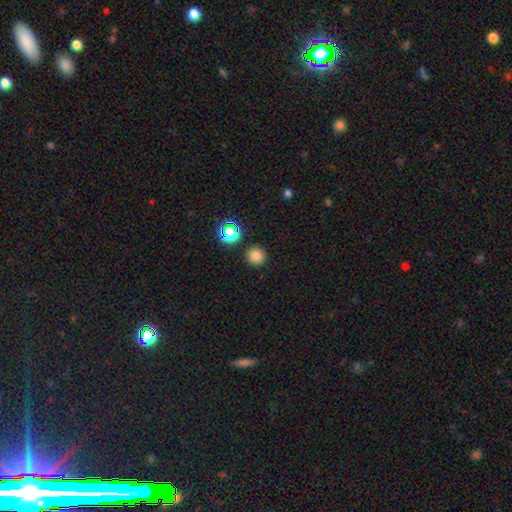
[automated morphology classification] Q: Smooth or featured?
A: smooth (79%); runner-up: star or artifact (16%)
Q: How rounded?
A: round (95%); runner-up: in between (4%)
Q: Merging?
A: none (90%); runner-up: minor disturbance (5%)